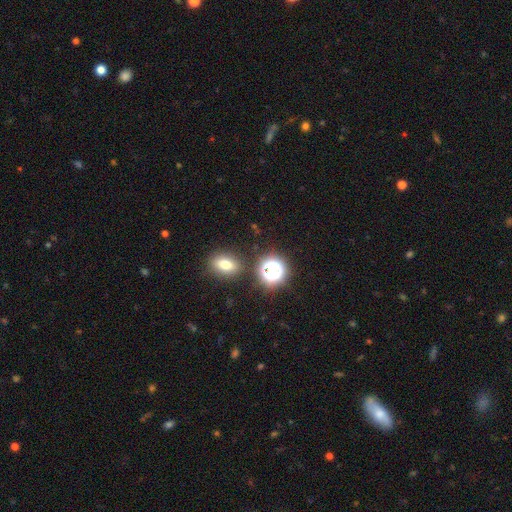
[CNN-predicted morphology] type=smooth (46%, tied with star or artifact); merging=none (83%).